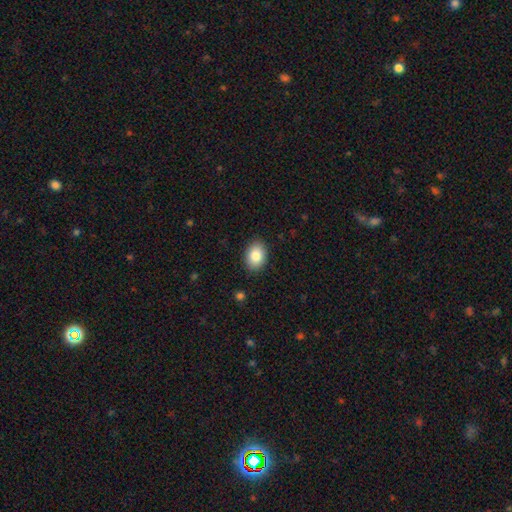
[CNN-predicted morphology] This is clearly a smooth galaxy (85%). How rounded: likely in between (77%). Merging: clearly none (88%).